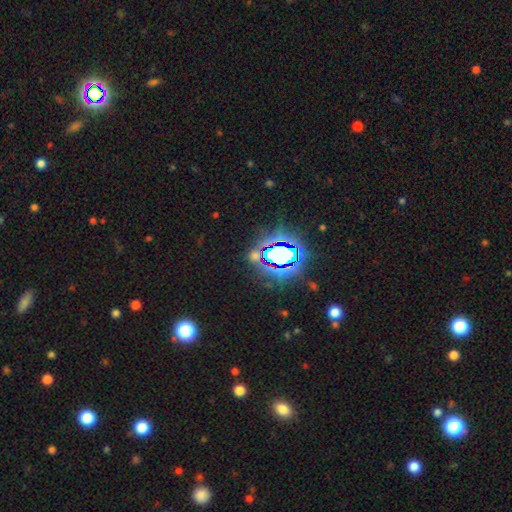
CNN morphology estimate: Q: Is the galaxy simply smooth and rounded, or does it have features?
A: star or artifact — 69%.